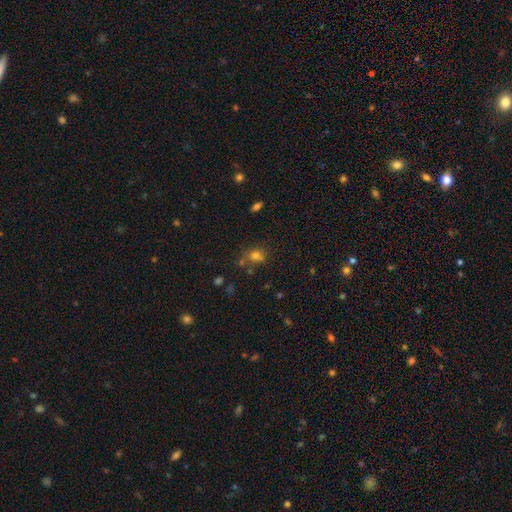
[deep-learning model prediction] Q: Smooth or featured?
A: smooth (71%); runner-up: star or artifact (19%)
Q: How rounded?
A: round (62%); runner-up: in between (36%)
Q: Merging?
A: none (58%); runner-up: merger (19%)